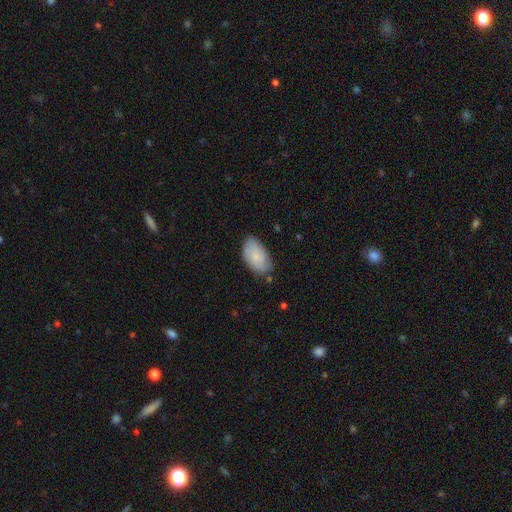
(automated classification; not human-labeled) A smooth galaxy with no disk features (66%) that is in between round and cigar-shaped (93%). Merging: none (70%).